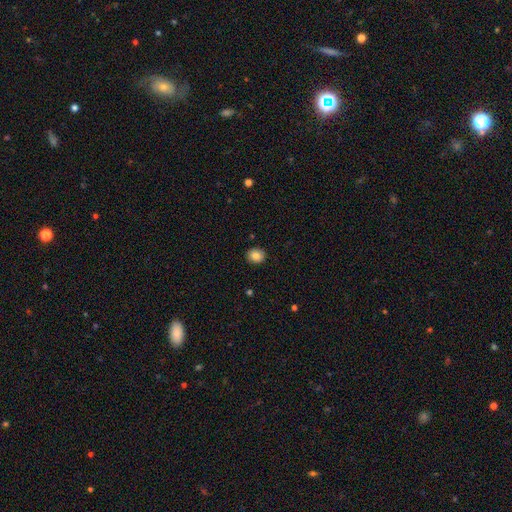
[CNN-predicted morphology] Smooth or featured?
  - smooth: 84% *
  - star or artifact: 9%
  - featured or disk: 6%
How rounded?
  - round: 77% *
  - in between: 22%
  - cigar-shaped: 1%
Merging?
  - none: 91% *
  - minor disturbance: 6%
  - major disturbance: 2%
  - merger: 1%